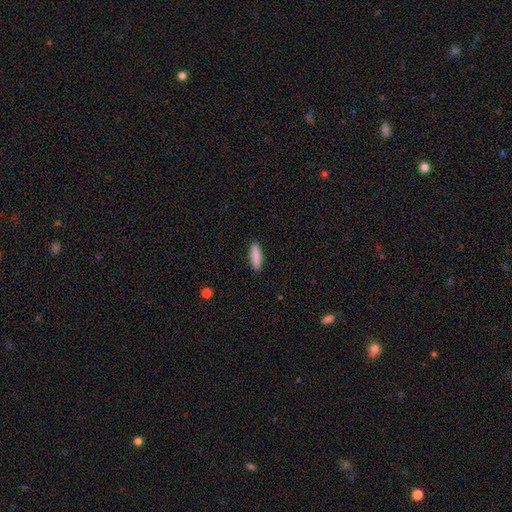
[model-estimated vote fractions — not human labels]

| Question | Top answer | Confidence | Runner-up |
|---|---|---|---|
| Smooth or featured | smooth | 89% | star or artifact (6%) |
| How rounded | cigar-shaped | 56% | in between (43%) |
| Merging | none | 90% | minor disturbance (7%) |